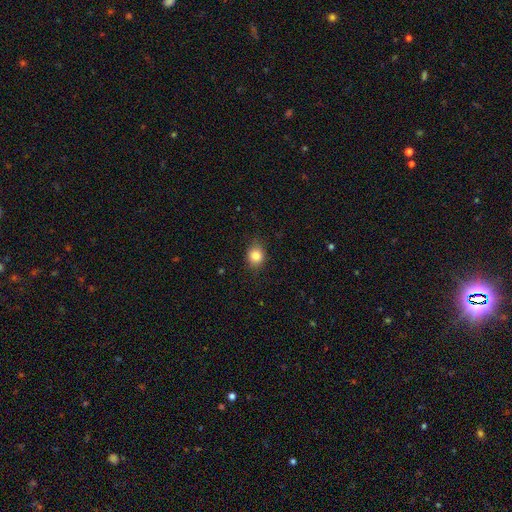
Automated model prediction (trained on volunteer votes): Q: Smooth or featured?
A: smooth (83%); runner-up: star or artifact (10%)
Q: How rounded?
A: round (65%); runner-up: in between (34%)
Q: Merging?
A: none (84%); runner-up: minor disturbance (13%)